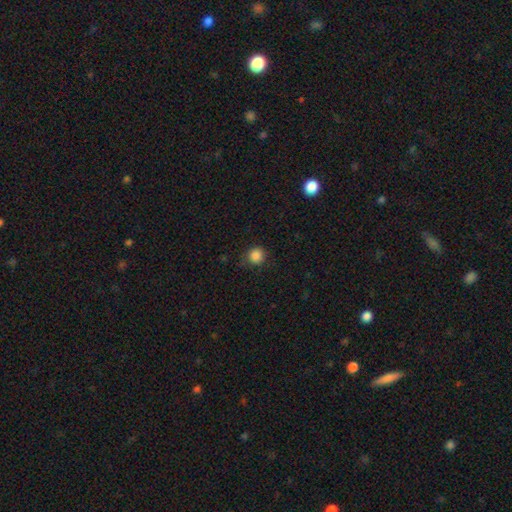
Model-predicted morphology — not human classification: A smooth galaxy with no disk features (87%) that is round (92%).

Vote fractions:
- Smooth or featured? smooth: 87% / star or artifact: 11% / featured or disk: 3%
- How rounded? round: 92% / in between: 7% / cigar-shaped: 1%
- Merging? none: 82% / minor disturbance: 13% / major disturbance: 3% / merger: 1%